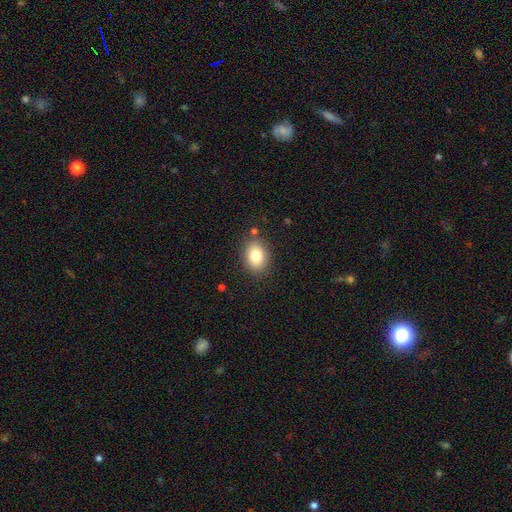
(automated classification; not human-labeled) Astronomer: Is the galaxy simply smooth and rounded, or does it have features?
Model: smooth — 81%.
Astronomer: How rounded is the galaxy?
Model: in between — 71%.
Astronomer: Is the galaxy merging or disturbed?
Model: none — 84%.